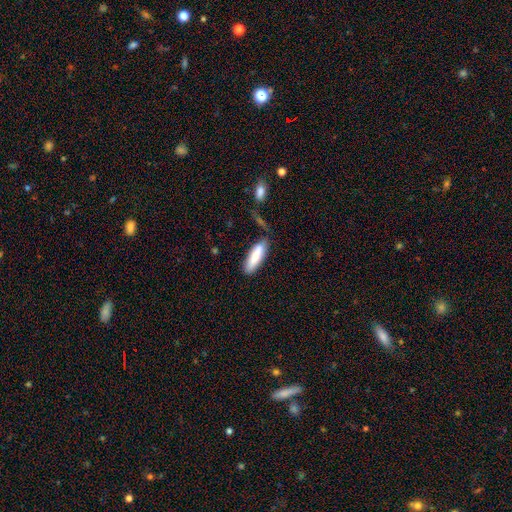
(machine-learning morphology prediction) smooth-or-featured: smooth: 77% | featured or disk: 16% | star or artifact: 6%
  how-rounded: cigar-shaped: 62% | in between: 37% | round: 1%
  merging: none: 71% | minor disturbance: 18% | merger: 7% | major disturbance: 5%